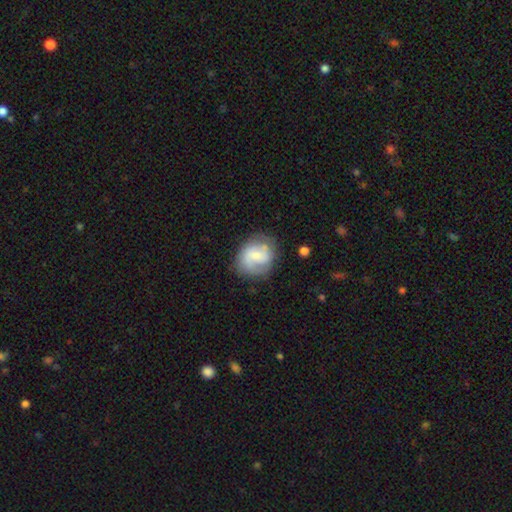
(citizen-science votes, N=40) Overall: featured or disk (52%; smooth 48%). Edge-on disk: no (100%). Bar: no (57%; weak 43%). Spiral arms: yes (76%). Spiral arm count: 1 (50%; 2 44%). Spiral winding: loose (44%; tight 31%). Bulge size: small (67%; moderate 33%). Merging: none (52%; minor disturbance 20%).